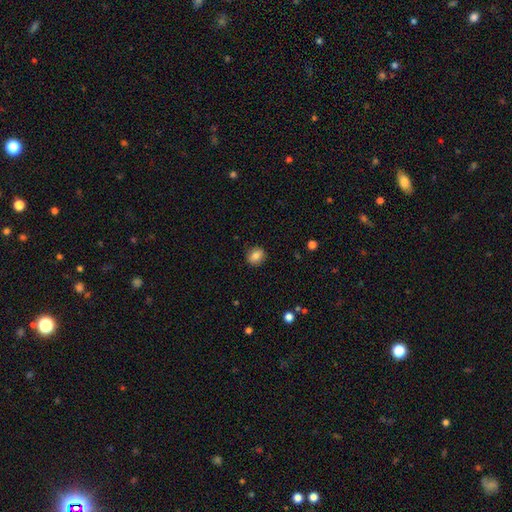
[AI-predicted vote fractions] Smooth or featured: smooth — 82% (featured or disk — 9%)
How rounded: round — 67% (in between — 32%)
Merging: none — 88% (minor disturbance — 9%)